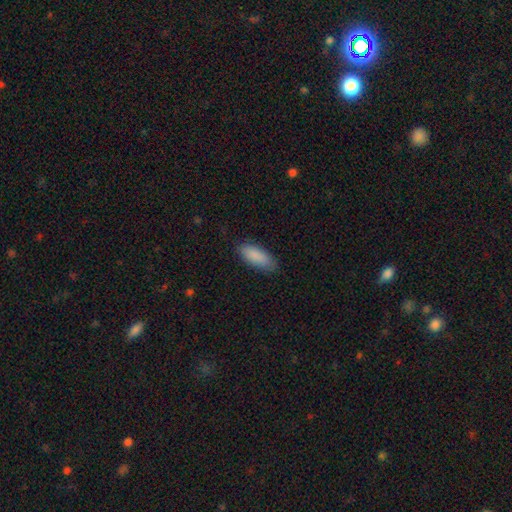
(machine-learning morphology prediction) A smooth galaxy with no disk features (89%) that is in between round and cigar-shaped (79%). Merging: none (82%).